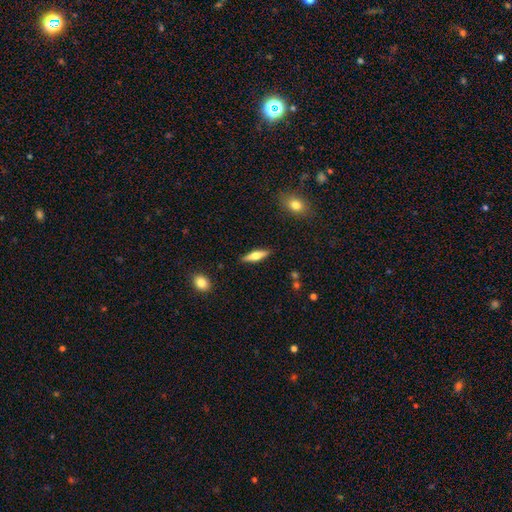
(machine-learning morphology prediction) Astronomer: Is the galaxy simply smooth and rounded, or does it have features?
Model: featured or disk — 48% (runner-up: smooth, 46%).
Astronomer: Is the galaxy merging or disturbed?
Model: none — 89%.